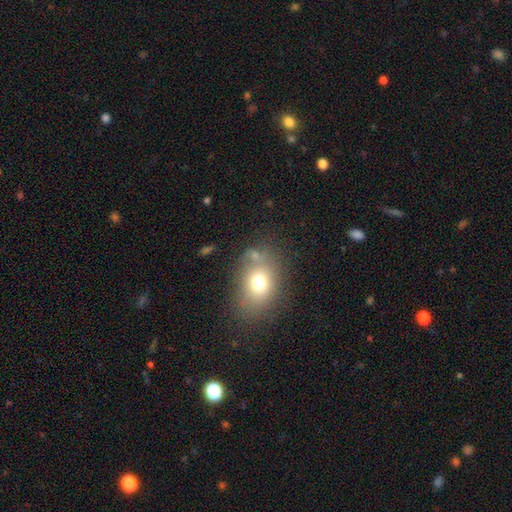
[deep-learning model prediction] This is likely a smooth galaxy (71%). How rounded: likely in between (66%). Merging: likely none (62%).